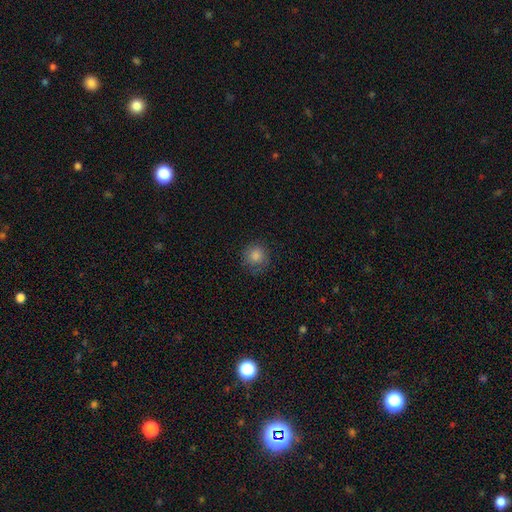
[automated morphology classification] Smooth or featured?
  - smooth: 84% *
  - star or artifact: 10%
  - featured or disk: 6%
How rounded?
  - round: 91% *
  - in between: 8%
  - cigar-shaped: 1%
Merging?
  - none: 79% *
  - minor disturbance: 15%
  - major disturbance: 5%
  - merger: 1%